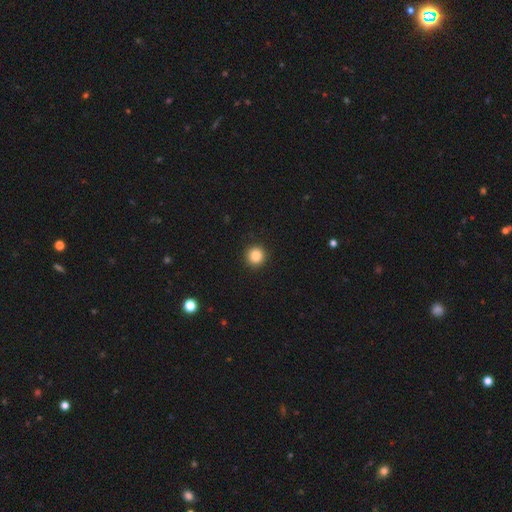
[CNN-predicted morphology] Smooth or featured? Predicted: smooth (p=0.86). How rounded? Predicted: round (p=0.94). Merging? Predicted: none (p=0.93).